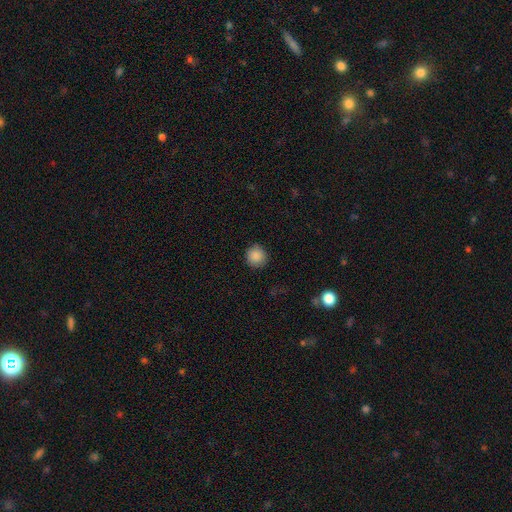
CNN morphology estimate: A smooth galaxy with no disk features (88%) that is round (94%). Merging: none (90%).